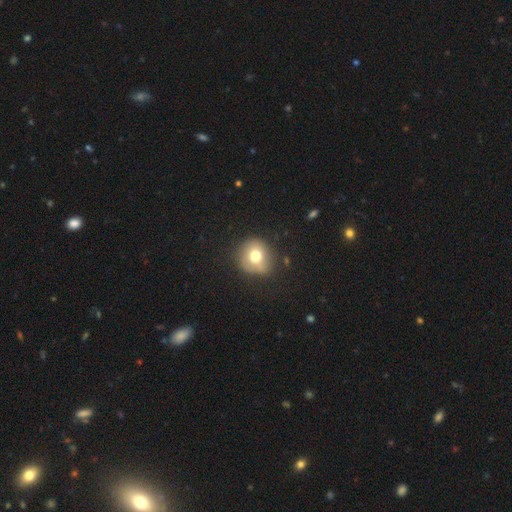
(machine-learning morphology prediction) Smooth or featured: smooth — 70% (featured or disk — 19%)
How rounded: round — 86% (in between — 13%)
Merging: none — 71% (minor disturbance — 20%)